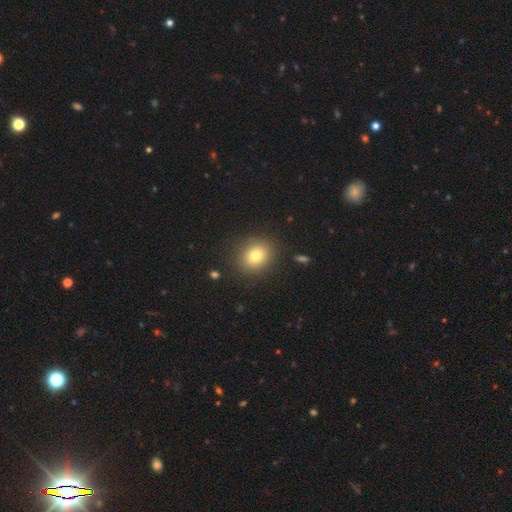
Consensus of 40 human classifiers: Q: Smooth or featured?
A: smooth (78%); runner-up: star or artifact (12%)
Q: How rounded?
A: round (81%); runner-up: in between (19%)
Q: Merging?
A: none (80%); runner-up: minor disturbance (17%)